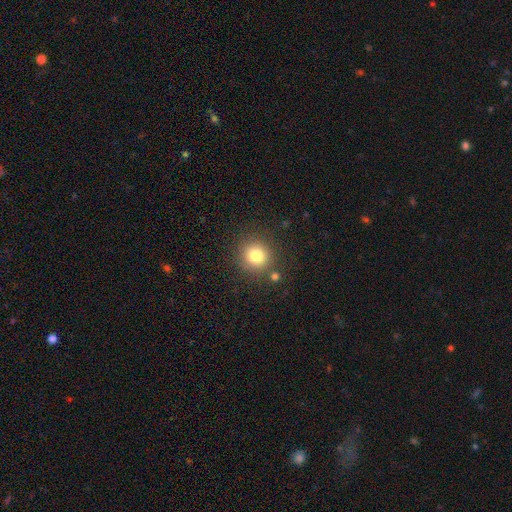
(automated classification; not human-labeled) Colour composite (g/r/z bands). It shows a smooth galaxy with no disk features (79%) that is round (92%). Merging: none (83%).